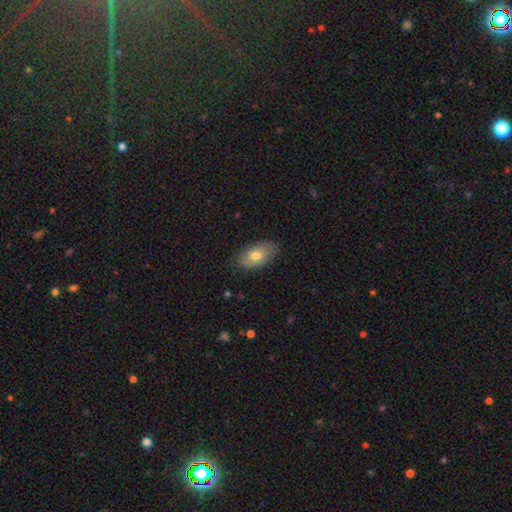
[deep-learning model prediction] Overall: smooth (69%). How rounded: in between (92%). Merging: none (80%).